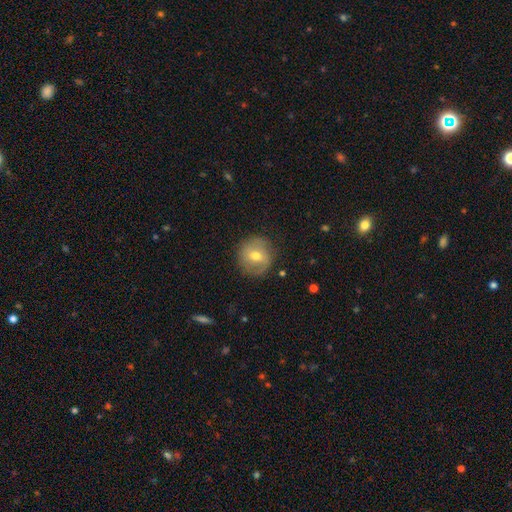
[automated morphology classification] type=smooth (53%); roundness=round (89%); merging=none (79%).